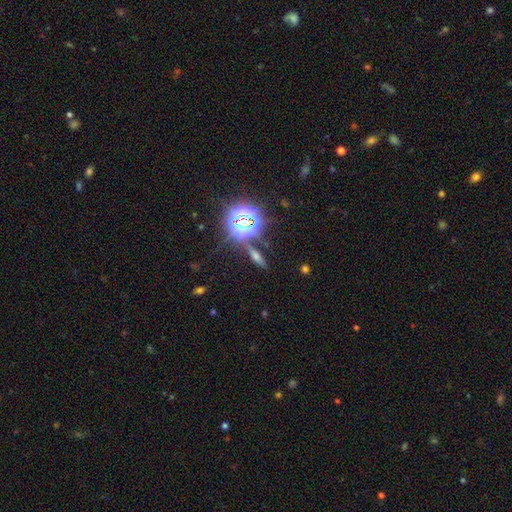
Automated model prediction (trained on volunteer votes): Smooth or featured? Predicted: star or artifact (p=0.37).